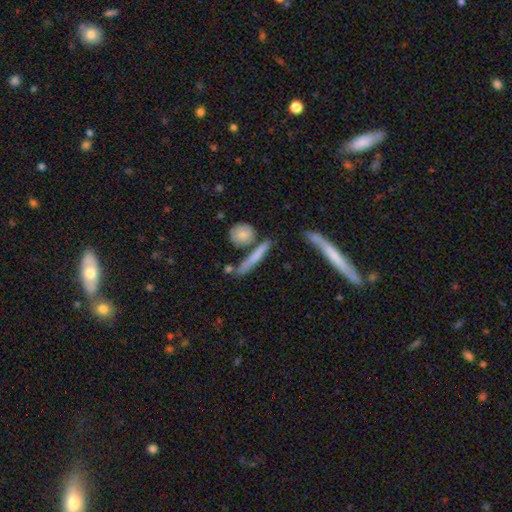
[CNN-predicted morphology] Smooth or featured? Predicted: smooth (p=0.59). How rounded? Predicted: cigar-shaped (p=0.79). Merging? Predicted: none (p=0.65).